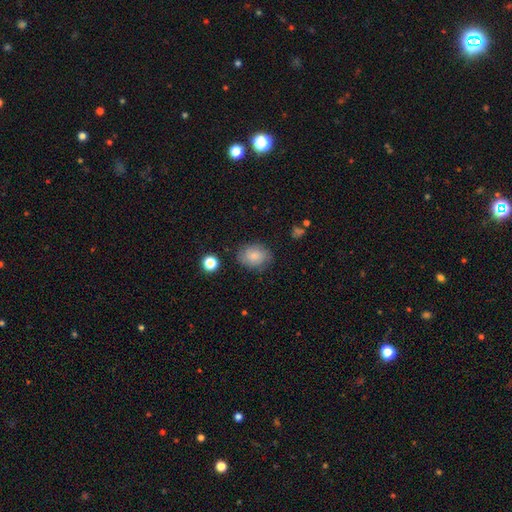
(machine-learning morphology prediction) This is clearly a smooth galaxy (81%). How rounded: possibly in between (60%). Merging: likely none (78%).